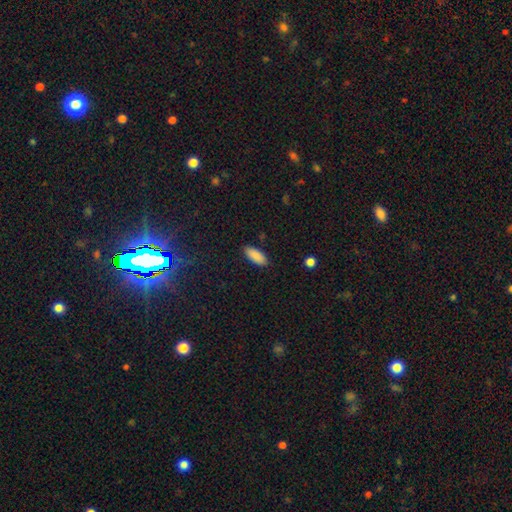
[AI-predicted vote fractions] Q: Smooth or featured?
A: smooth (89%); runner-up: star or artifact (7%)
Q: How rounded?
A: in between (82%); runner-up: cigar-shaped (16%)
Q: Merging?
A: none (88%); runner-up: minor disturbance (9%)